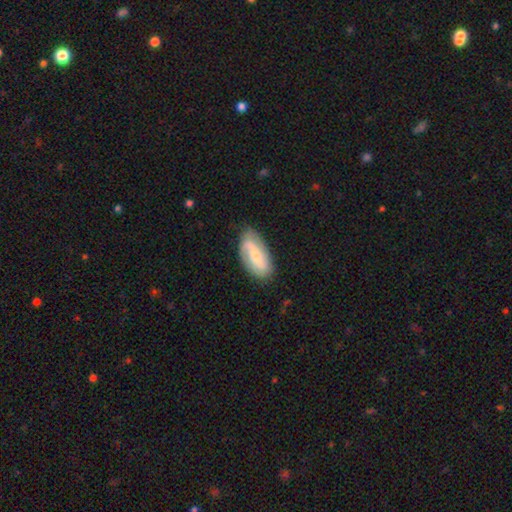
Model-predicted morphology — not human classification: The model was most divided on "bar": weak: 40%, no: 36%, strong: 24%. Remaining: edge-on disk — no (94%); spiral arms — yes (89%); spiral arm count — 2 (84%); merging — none (79%); smooth or featured — featured or disk (66%); bulge size — small (55%); spiral winding — loose (44%).